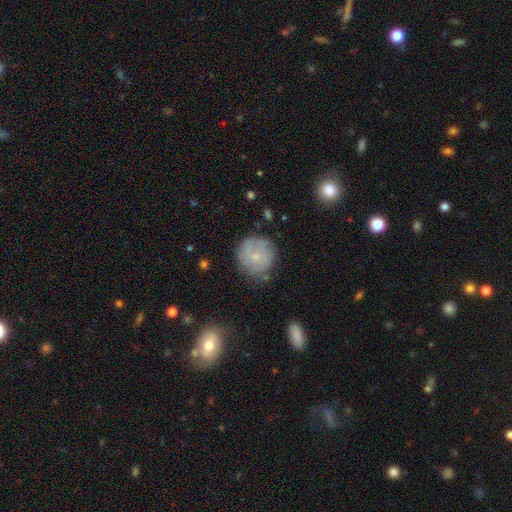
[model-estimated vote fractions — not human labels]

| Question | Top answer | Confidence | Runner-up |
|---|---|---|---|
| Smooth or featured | smooth | 53% | featured or disk (38%) |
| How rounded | round | 93% | in between (6%) |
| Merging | none | 75% | minor disturbance (17%) |